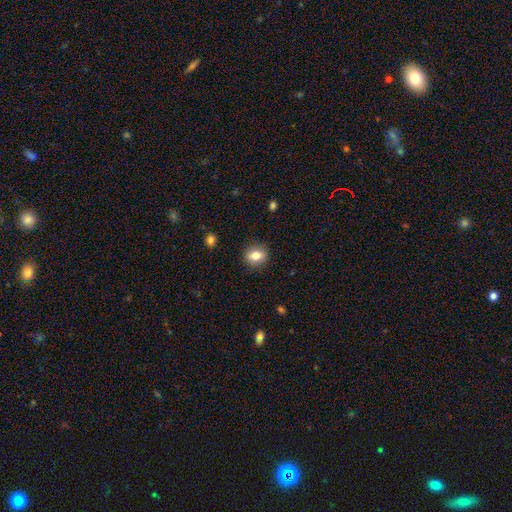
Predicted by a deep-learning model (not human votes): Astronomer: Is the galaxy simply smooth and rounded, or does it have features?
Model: smooth — 80%.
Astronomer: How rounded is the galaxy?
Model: in between — 52% (runner-up: round, 47%).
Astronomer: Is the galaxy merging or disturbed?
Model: none — 88%.